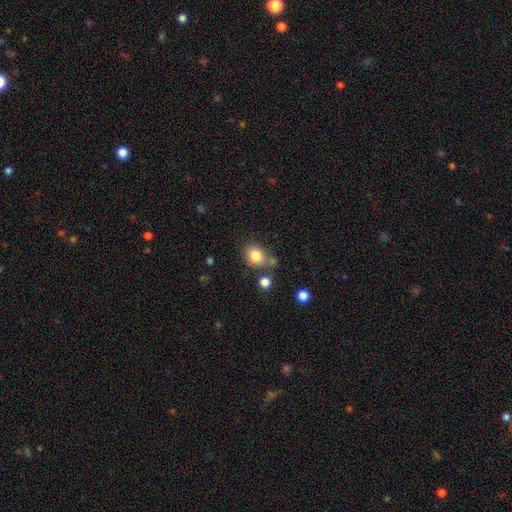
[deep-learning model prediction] The model was most divided on "how rounded": round: 54%, in between: 45%, cigar-shaped: 1%. More confident: smooth or featured — smooth (82%); merging — none (64%).